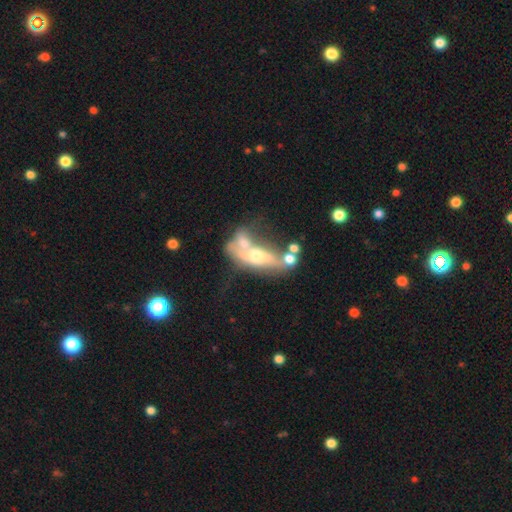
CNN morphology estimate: Smooth or featured: featured or disk — 61% (smooth — 29%)
Edge-on disk: no — 71% (yes — 29%)
Merging: merger — 50% (none — 20%)